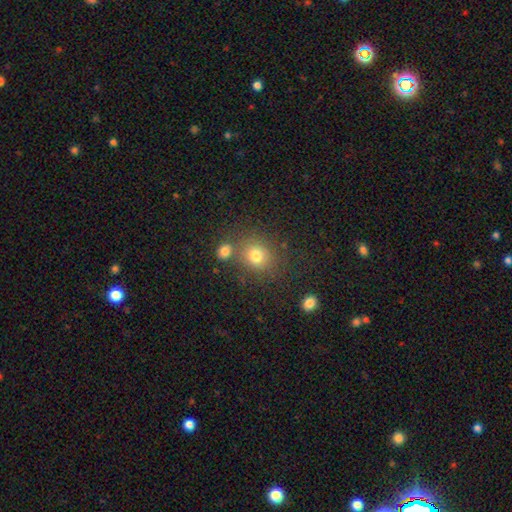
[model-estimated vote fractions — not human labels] A smooth galaxy with no disk features (76%) that is round (74%).

Vote fractions:
- Smooth or featured? smooth: 76% / star or artifact: 15% / featured or disk: 9%
- How rounded? round: 74% / in between: 25% / cigar-shaped: 1%
- Merging? none: 68% / merger: 16% / minor disturbance: 11% / major disturbance: 5%